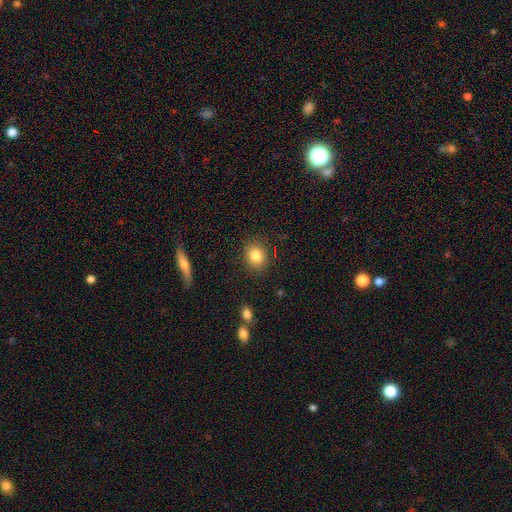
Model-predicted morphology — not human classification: Smooth or featured?
  - smooth: 83% *
  - star or artifact: 9%
  - featured or disk: 8%
How rounded?
  - round: 73% *
  - in between: 26%
  - cigar-shaped: 1%
Merging?
  - none: 88% *
  - minor disturbance: 8%
  - major disturbance: 3%
  - merger: 2%